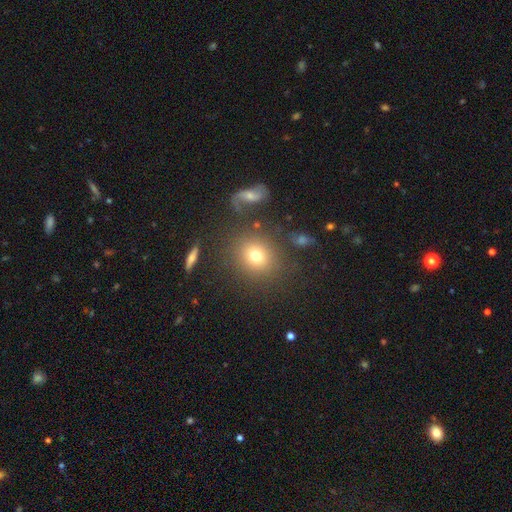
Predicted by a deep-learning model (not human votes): Overall: smooth (74%). How rounded: round (78%). Merging: none (80%).